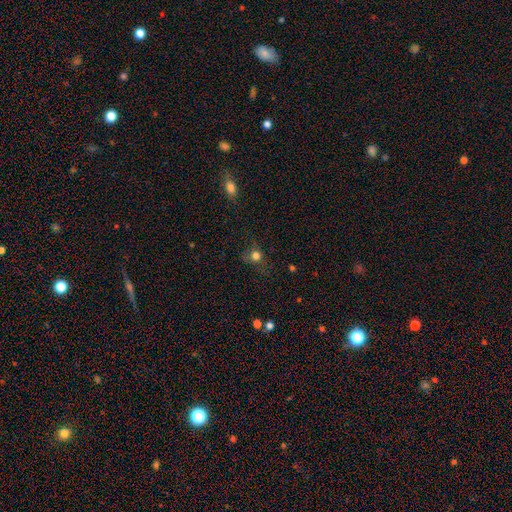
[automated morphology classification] smooth_or_featured: smooth (p=0.67) [alt: star or artifact p=0.21]
how_rounded: round (p=0.78) [alt: in between p=0.20]
merging: none (p=0.62) [alt: minor disturbance p=0.20]